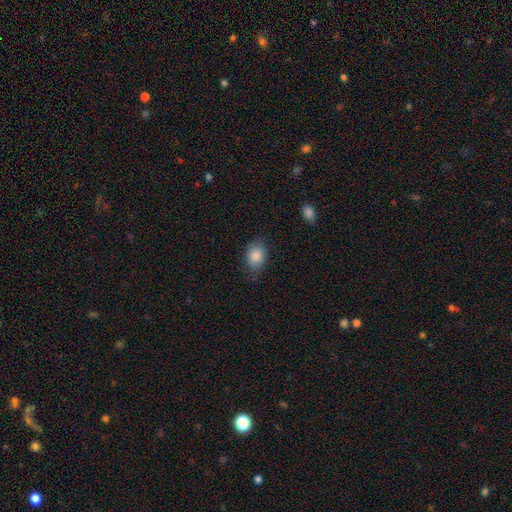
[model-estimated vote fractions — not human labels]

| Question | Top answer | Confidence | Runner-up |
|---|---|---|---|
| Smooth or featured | smooth | 87% | star or artifact (8%) |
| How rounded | in between | 66% | round (33%) |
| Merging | none | 75% | minor disturbance (19%) |